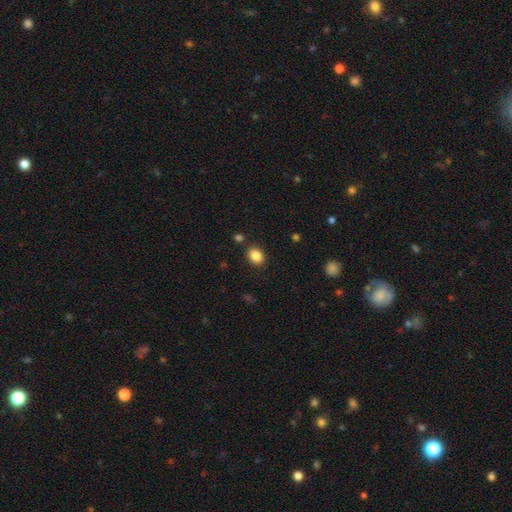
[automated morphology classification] A smooth galaxy with no disk features (86%) that is in between round and cigar-shaped (58%). Merging: none (86%).